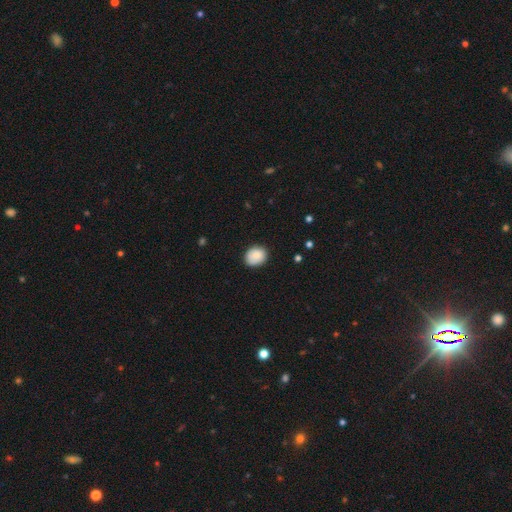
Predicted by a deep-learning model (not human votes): Smooth or featured: smooth — 86% (star or artifact — 8%)
How rounded: round — 61% (in between — 38%)
Merging: none — 83% (minor disturbance — 14%)